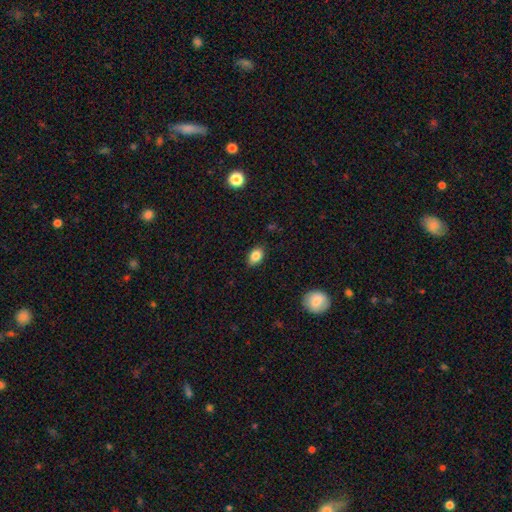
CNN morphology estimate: Q: Smooth or featured?
A: smooth (85%); runner-up: star or artifact (9%)
Q: How rounded?
A: in between (81%); runner-up: round (17%)
Q: Merging?
A: none (86%); runner-up: minor disturbance (10%)